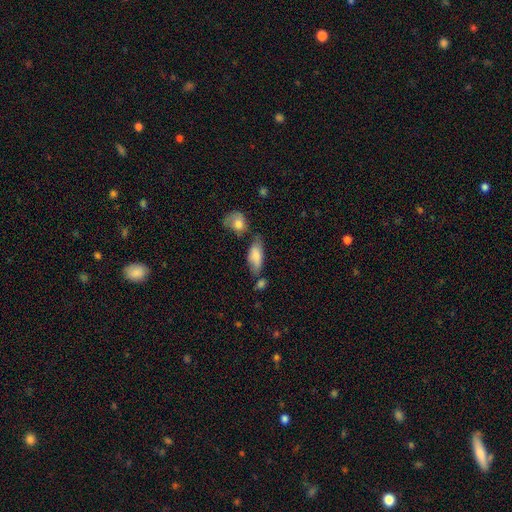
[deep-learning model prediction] Morphology: type=smooth (76%); roundness=in between (80%); merging=none (50%).